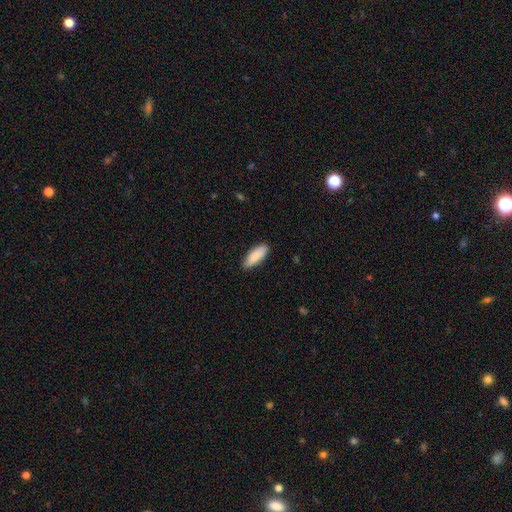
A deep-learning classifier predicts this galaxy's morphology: smooth_or_featured: smooth (p=0.88) [alt: featured or disk p=0.06]
how_rounded: in between (p=0.71) [alt: cigar-shaped p=0.27]
merging: none (p=0.85) [alt: minor disturbance p=0.12]